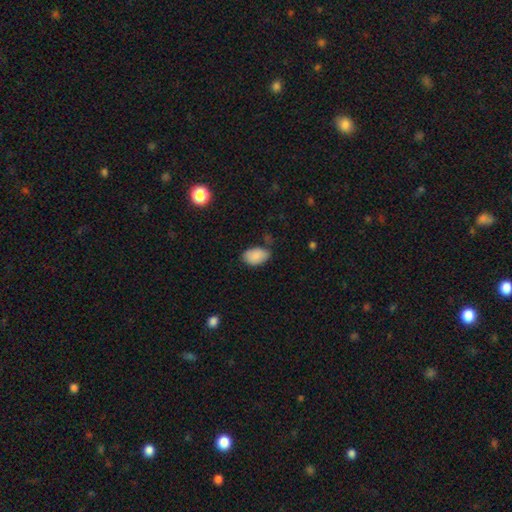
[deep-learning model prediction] smooth 87%, star or artifact 8%, featured or disk 5%. Down the decision tree: how rounded — in between (89%); merging — none (65%).